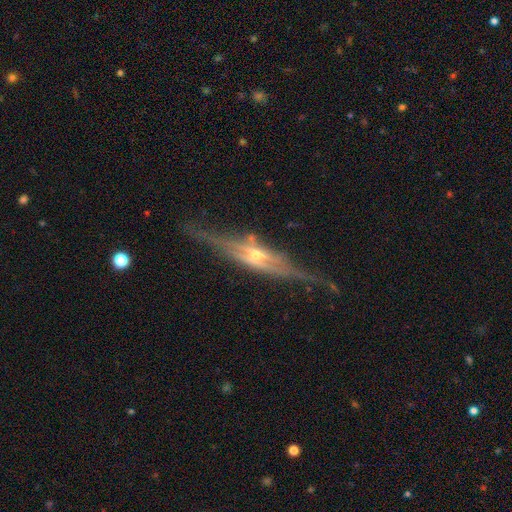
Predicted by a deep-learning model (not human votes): The model was most divided on "merging": none: 75%, minor disturbance: 16%, major disturbance: 6%, merger: 3%. More confident: edge-on disk — yes (95%); smooth or featured — featured or disk (87%); edge-on bulge — rounded (86%).